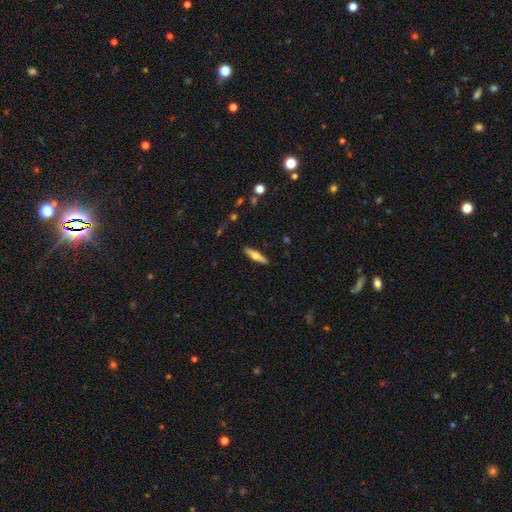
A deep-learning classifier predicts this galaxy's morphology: type=featured or disk (50%); merging=none (89%).